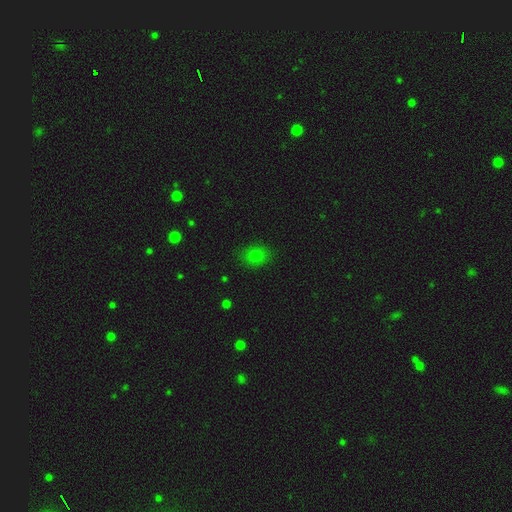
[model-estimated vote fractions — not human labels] The model was most divided on "how rounded": round: 57%, in between: 42%, cigar-shaped: 1%. More confident: merging — none (84%); smooth or featured — smooth (76%).